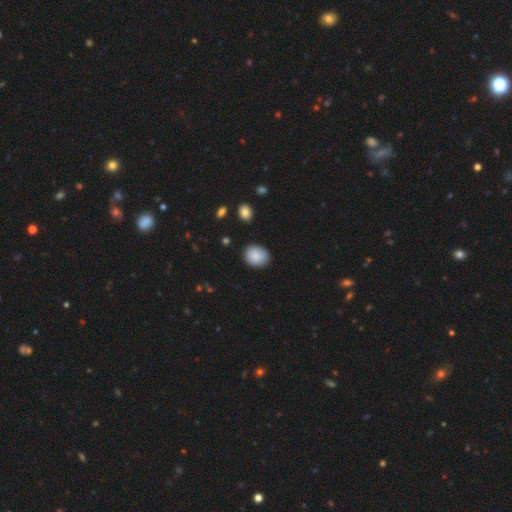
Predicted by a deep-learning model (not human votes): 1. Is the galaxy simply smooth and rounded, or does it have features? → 88% smooth, 7% star or artifact, 5% featured or disk.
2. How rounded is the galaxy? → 55% round, 44% in between, 1% cigar-shaped.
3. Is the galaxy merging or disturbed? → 85% none, 11% minor disturbance, 2% major disturbance, 1% merger.